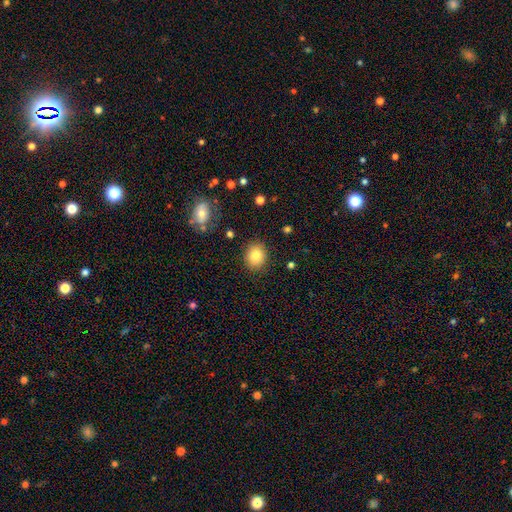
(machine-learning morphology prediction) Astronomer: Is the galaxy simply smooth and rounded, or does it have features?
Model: smooth — 83%.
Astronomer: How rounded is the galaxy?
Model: round — 72%.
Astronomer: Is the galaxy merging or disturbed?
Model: none — 87%.